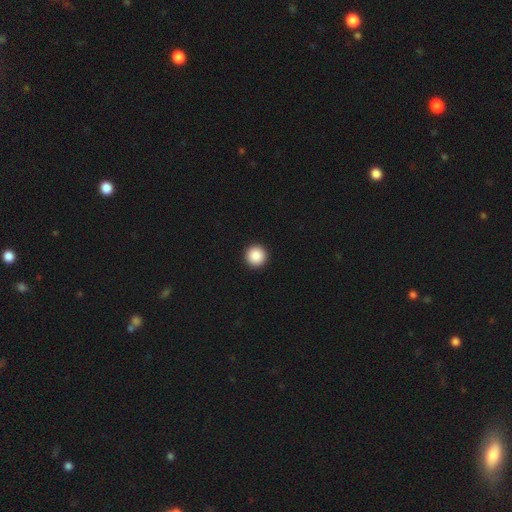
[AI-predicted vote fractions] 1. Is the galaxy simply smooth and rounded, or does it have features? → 89% smooth, 8% star or artifact, 3% featured or disk.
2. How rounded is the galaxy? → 97% round, 2% in between, 1% cigar-shaped.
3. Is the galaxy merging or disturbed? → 94% none, 3% minor disturbance, 1% major disturbance, 1% merger.